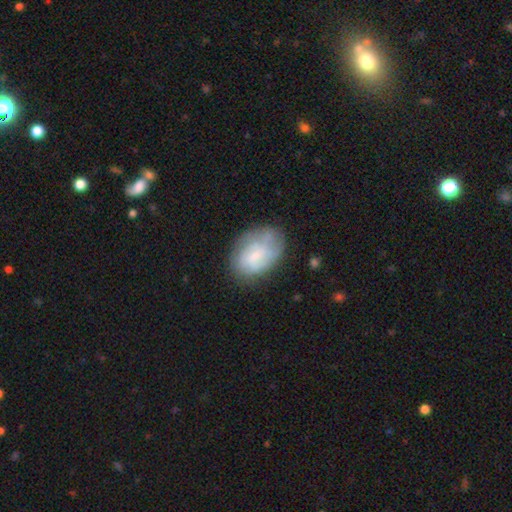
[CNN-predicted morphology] The model was most divided on "smooth or featured" (2-way tie): featured or disk: 46%, smooth: 46%, star or artifact: 8%. More confident: merging — none (58%).